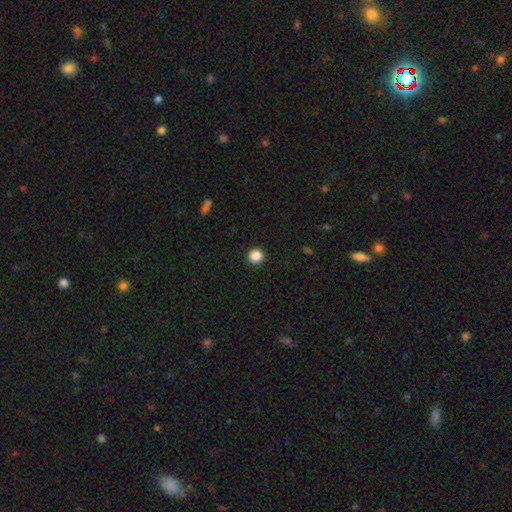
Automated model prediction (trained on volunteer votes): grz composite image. It shows a smooth galaxy with no disk features (87%) that is round (96%). Merging: none (93%).